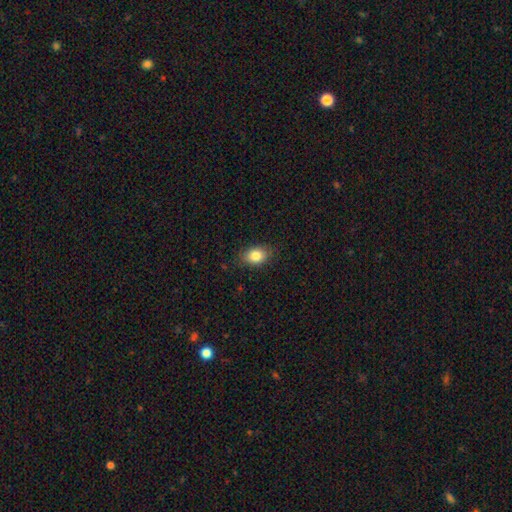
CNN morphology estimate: type=smooth (84%); roundness=in between (76%); merging=none (83%).